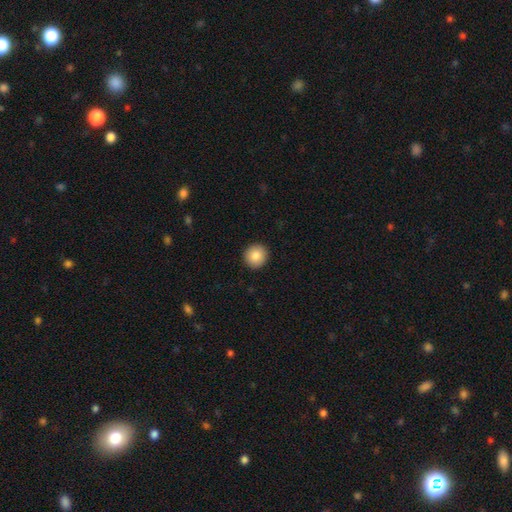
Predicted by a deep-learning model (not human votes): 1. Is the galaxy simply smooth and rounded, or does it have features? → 85% smooth, 8% star or artifact, 7% featured or disk.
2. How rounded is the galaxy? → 94% round, 5% in between, 1% cigar-shaped.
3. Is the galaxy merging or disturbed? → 93% none, 5% minor disturbance, 1% major disturbance, 1% merger.